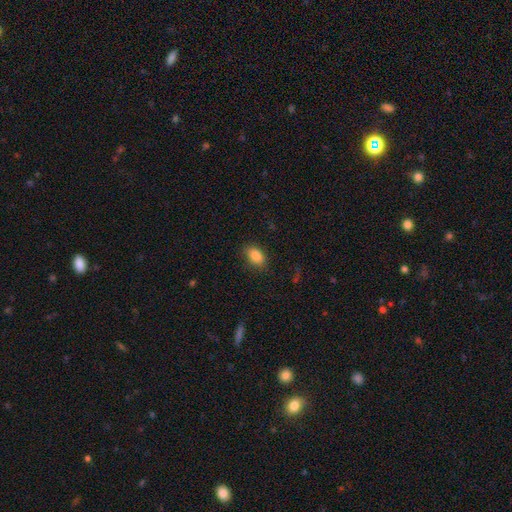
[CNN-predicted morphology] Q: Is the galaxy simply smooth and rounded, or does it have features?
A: smooth — 87%.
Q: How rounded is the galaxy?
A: in between — 87%.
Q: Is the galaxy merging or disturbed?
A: none — 83%.